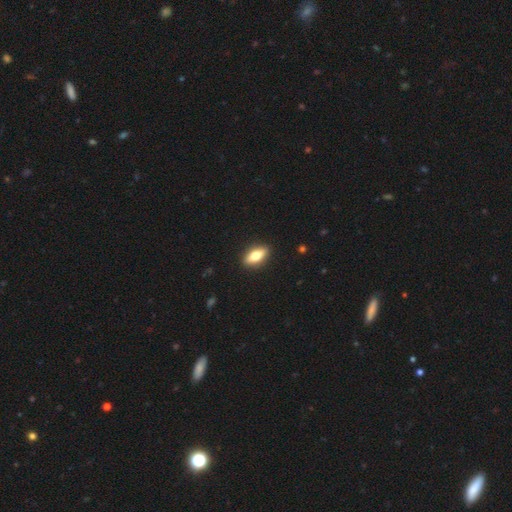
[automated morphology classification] Smooth or featured?
  - smooth: 64% *
  - featured or disk: 29%
  - star or artifact: 7%
How rounded?
  - in between: 78% *
  - cigar-shaped: 18%
  - round: 4%
Merging?
  - none: 90% *
  - minor disturbance: 7%
  - major disturbance: 2%
  - merger: 1%